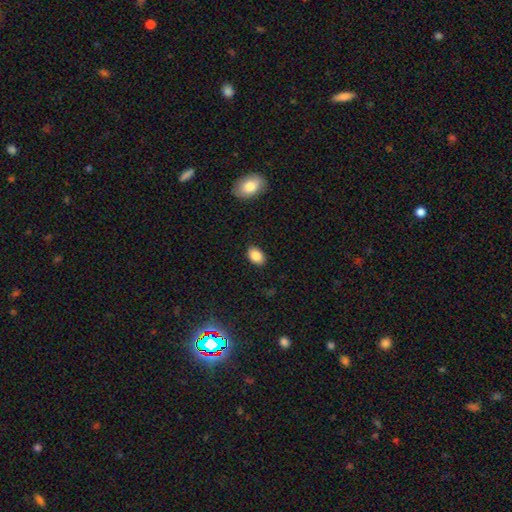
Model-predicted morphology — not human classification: This appears to be a smooth galaxy with no disk features (87%) that is in between round and cigar-shaped (83%). Merging: none (86%).